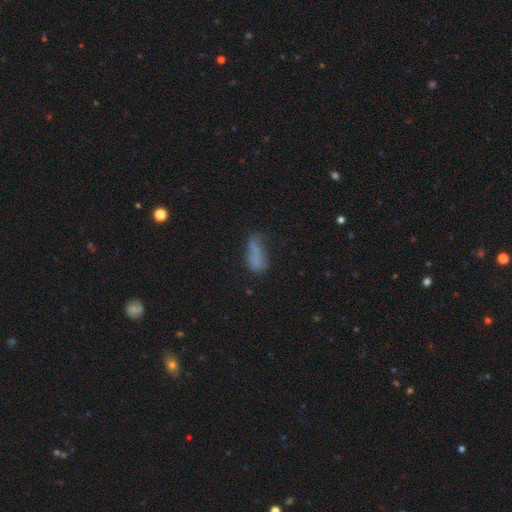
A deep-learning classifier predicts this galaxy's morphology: A smooth galaxy with no disk features (65%) that is in between round and cigar-shaped (76%). Merging: none (36%).